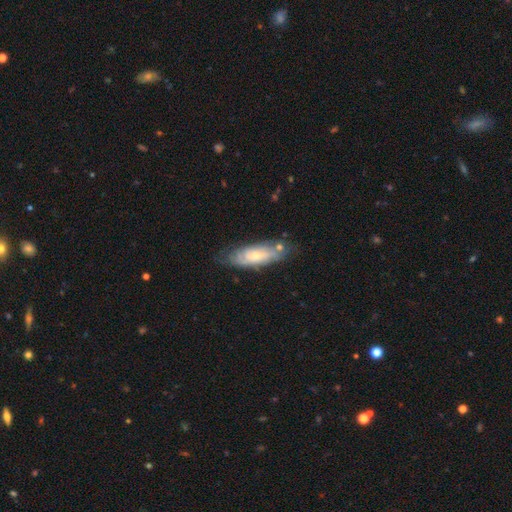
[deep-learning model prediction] Smooth or featured: featured or disk — 56% (smooth — 37%)
Edge-on disk: no — 81% (yes — 19%)
Merging: none — 62% (minor disturbance — 24%)